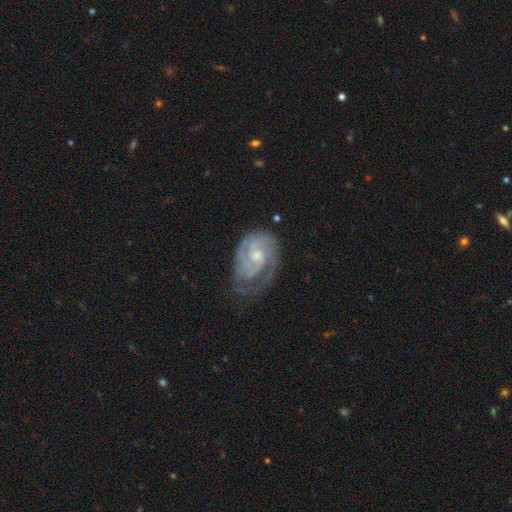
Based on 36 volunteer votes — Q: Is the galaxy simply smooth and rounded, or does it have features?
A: featured or disk — 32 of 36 (89%).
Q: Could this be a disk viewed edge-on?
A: no — 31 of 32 (97%).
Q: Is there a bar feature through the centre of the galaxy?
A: no — 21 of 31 (68%).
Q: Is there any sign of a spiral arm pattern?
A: yes — 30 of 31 (97%).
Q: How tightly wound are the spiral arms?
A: tight — 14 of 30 (47%).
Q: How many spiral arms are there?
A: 2 — 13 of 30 (43%).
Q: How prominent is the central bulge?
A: small — 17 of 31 (55%).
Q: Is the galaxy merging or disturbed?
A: none — 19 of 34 (56%).